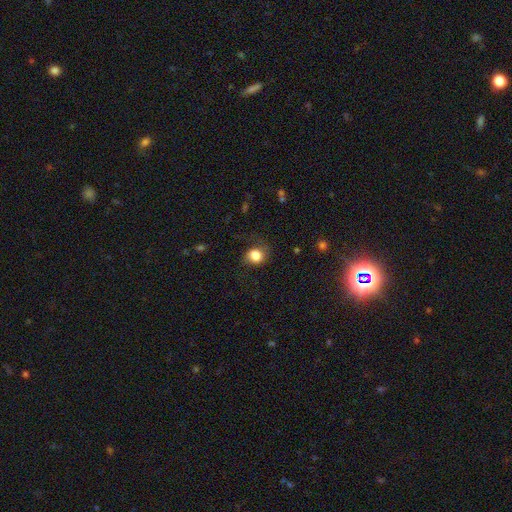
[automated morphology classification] A smooth galaxy with no disk features (80%) that is round (66%).

Vote fractions:
- Smooth or featured? smooth: 80% / featured or disk: 11% / star or artifact: 9%
- How rounded? round: 66% / in between: 33% / cigar-shaped: 1%
- Merging? none: 63% / minor disturbance: 22% / major disturbance: 13% / merger: 1%